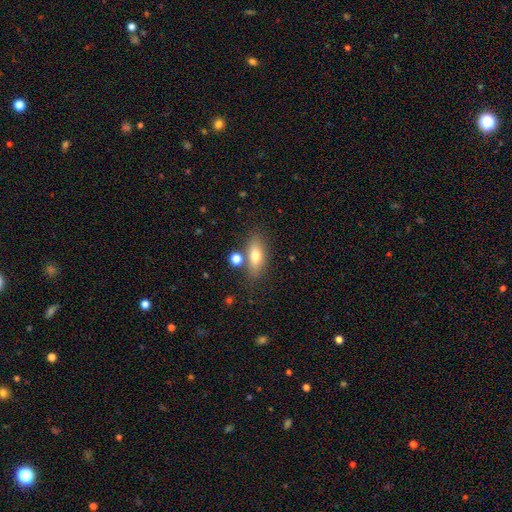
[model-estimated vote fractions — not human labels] Smooth or featured?
  - smooth: 71% *
  - featured or disk: 20%
  - star or artifact: 9%
How rounded?
  - in between: 75% *
  - cigar-shaped: 17%
  - round: 8%
Merging?
  - none: 72% *
  - minor disturbance: 12%
  - merger: 11%
  - major disturbance: 4%